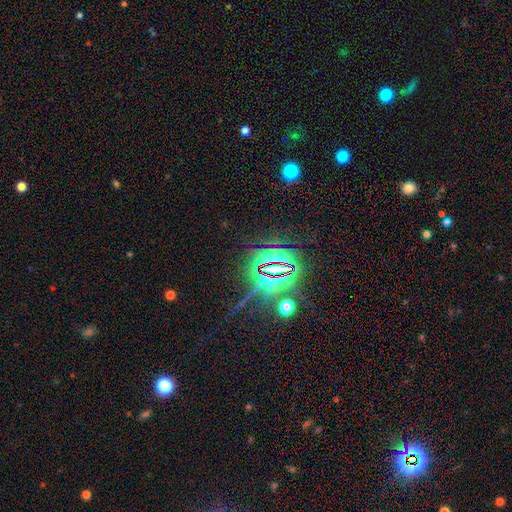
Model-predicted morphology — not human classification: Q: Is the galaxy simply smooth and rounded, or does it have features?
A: star or artifact — 86%.